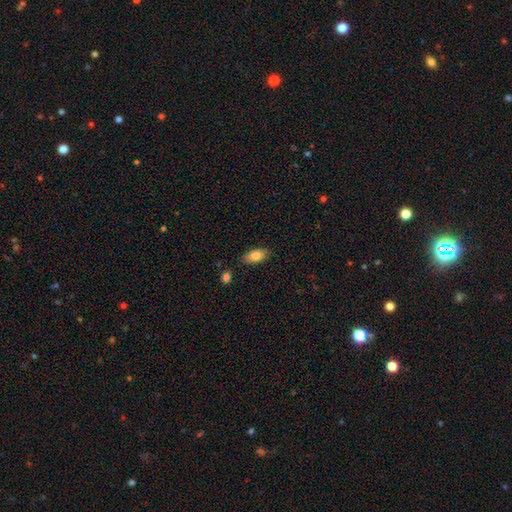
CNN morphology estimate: A smooth galaxy with no disk features (81%) that is in between round and cigar-shaped (89%).

Vote fractions:
- Smooth or featured? smooth: 81% / featured or disk: 12% / star or artifact: 7%
- How rounded? in between: 89% / cigar-shaped: 7% / round: 4%
- Merging? none: 83% / minor disturbance: 12% / merger: 3% / major disturbance: 2%